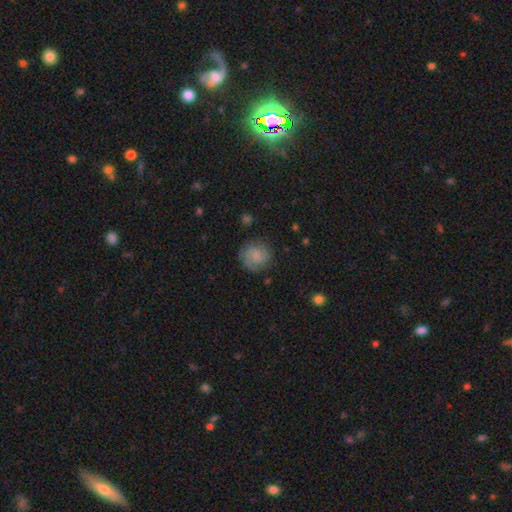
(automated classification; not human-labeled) Overall: featured or disk (58%; smooth 33%). Edge-on disk: no (98%). Bar: no (60%; weak 34%). Spiral arms: yes (93%). Spiral arm count: 2 (68%). Spiral winding: tight (53%; medium 37%). Bulge size: none (47%; small 32%). Merging: none (78%).